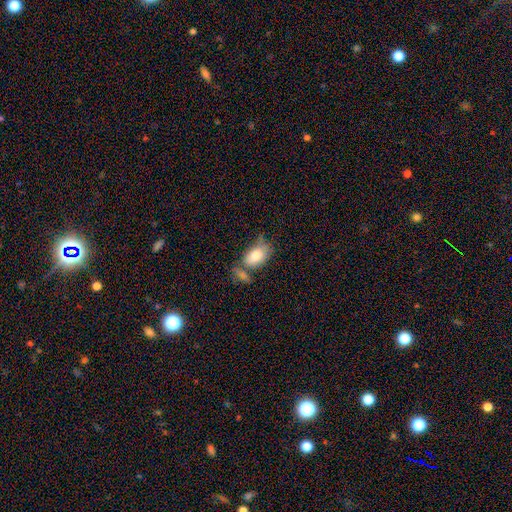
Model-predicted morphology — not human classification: This is likely a smooth galaxy (78%). How rounded: clearly in between (89%). Merging: marginally none (39%).